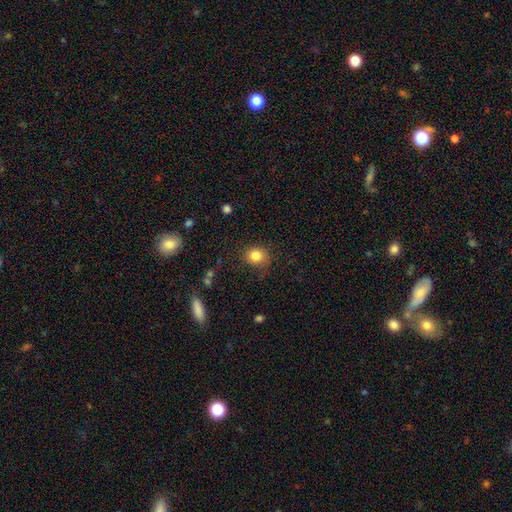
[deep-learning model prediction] Overall: smooth (82%). How rounded: round (80%). Merging: none (76%).